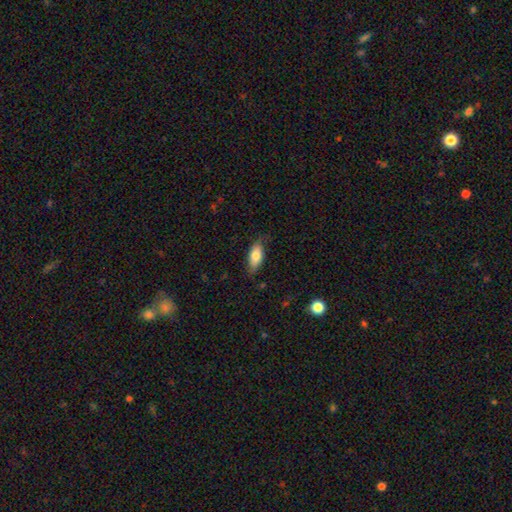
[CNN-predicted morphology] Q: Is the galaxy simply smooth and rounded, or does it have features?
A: smooth — 78%.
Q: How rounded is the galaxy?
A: in between — 81%.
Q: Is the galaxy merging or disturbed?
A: none — 75%.